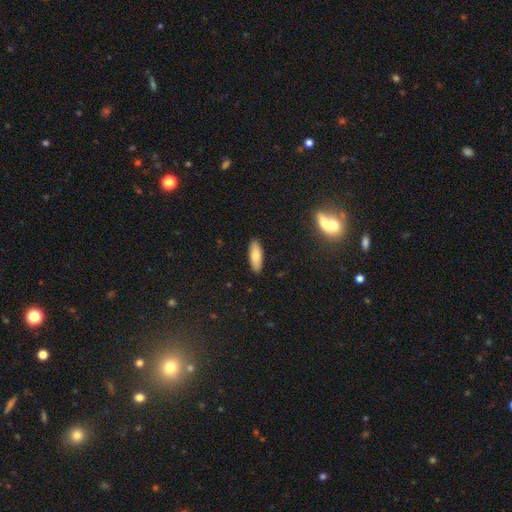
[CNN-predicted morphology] Smooth or featured? Predicted: smooth (p=0.76). How rounded? Predicted: in between (p=0.59). Merging? Predicted: none (p=0.89).